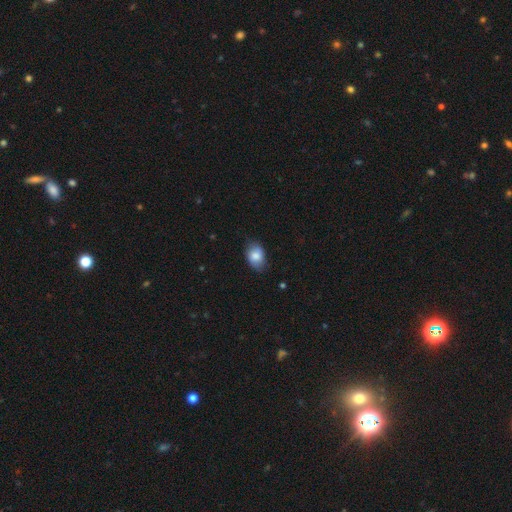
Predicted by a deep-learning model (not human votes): smooth_or_featured: smooth (p=0.81) [alt: featured or disk p=0.12]
how_rounded: in between (p=0.79) [alt: round p=0.20]
merging: none (p=0.72) [alt: minor disturbance p=0.22]